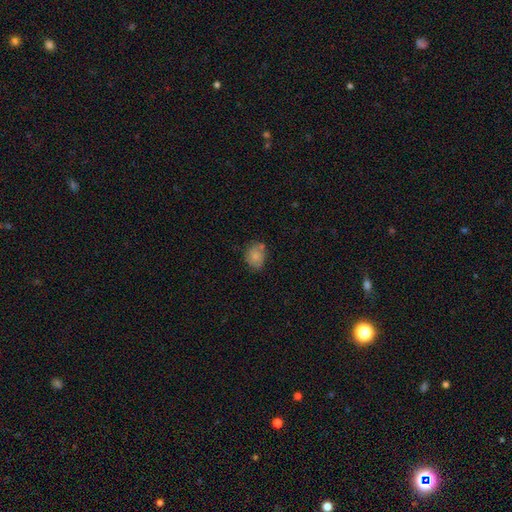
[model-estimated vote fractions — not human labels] Morphology: type=smooth (76%); roundness=round (51%); merging=none (58%).